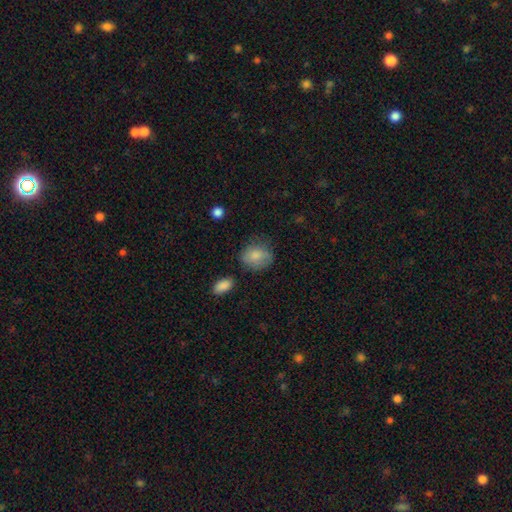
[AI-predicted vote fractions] smooth-or-featured: smooth: 82% | featured or disk: 10% | star or artifact: 7%
  how-rounded: round: 53% | in between: 45% | cigar-shaped: 1%
  merging: none: 64% | minor disturbance: 25% | major disturbance: 8% | merger: 3%